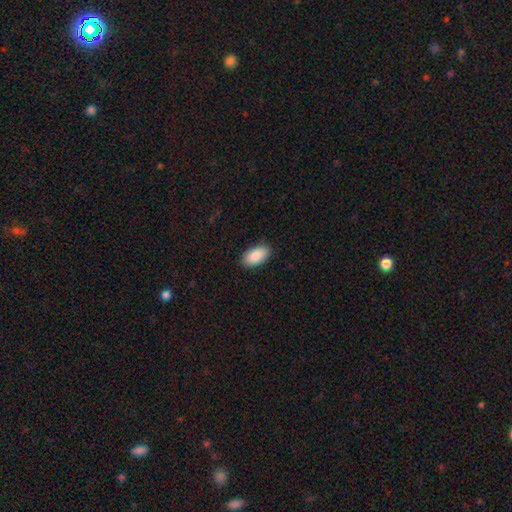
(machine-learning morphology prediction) Smooth or featured? smooth (89%)
How rounded? in between (95%)
Merging? none (88%)